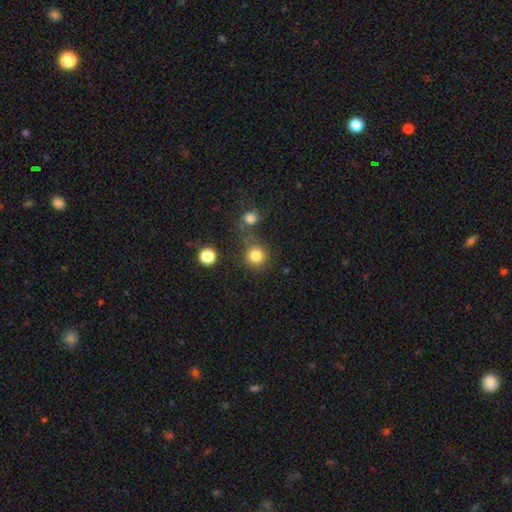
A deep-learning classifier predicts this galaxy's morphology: Smooth or featured: smooth — 82% (star or artifact — 11%)
How rounded: round — 91% (in between — 8%)
Merging: none — 64% (merger — 18%)